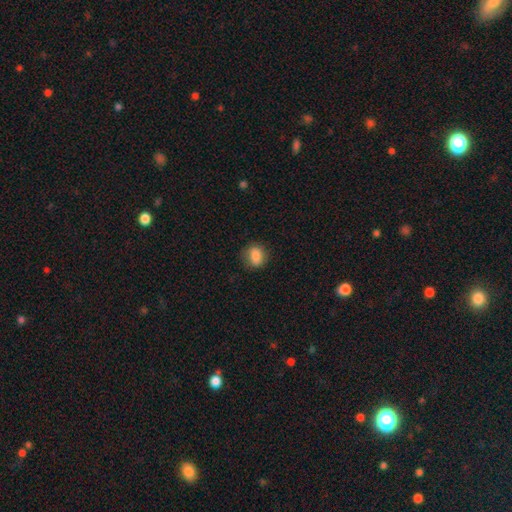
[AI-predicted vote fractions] smooth 85%, star or artifact 8%, featured or disk 6%. Down the decision tree: how rounded — in between (52%); merging — none (80%).